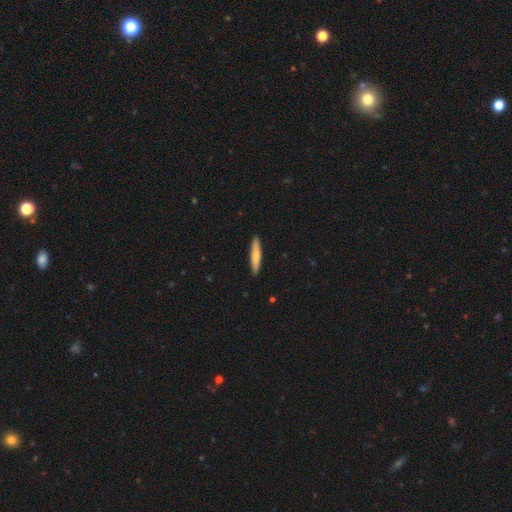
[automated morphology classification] smooth 74%, featured or disk 21%, star or artifact 5%. Down the decision tree: how rounded — cigar-shaped (90%); merging — none (91%).